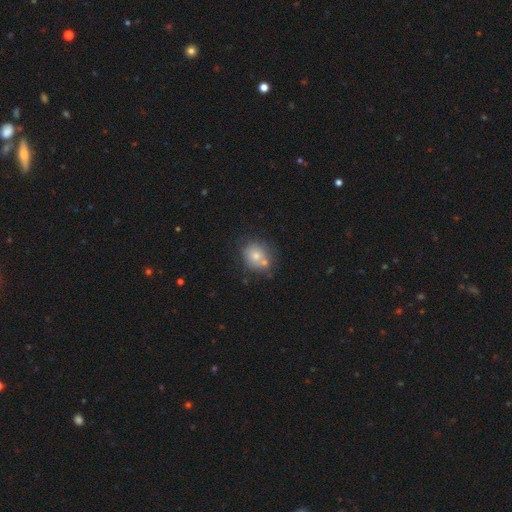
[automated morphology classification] type=smooth (71%); roundness=round (76%); merging=none (55%).